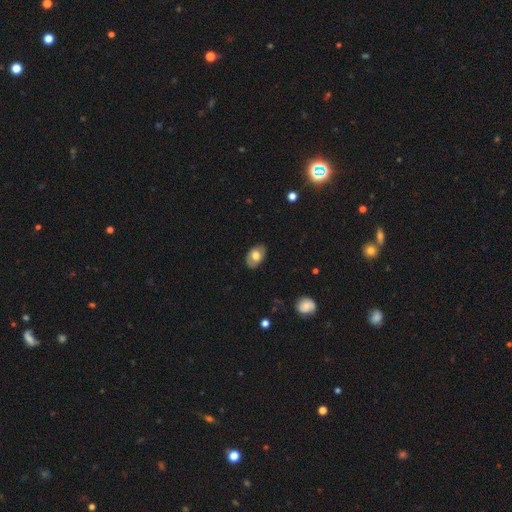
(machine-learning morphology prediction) type=smooth (66%); roundness=in between (90%); merging=none (84%).